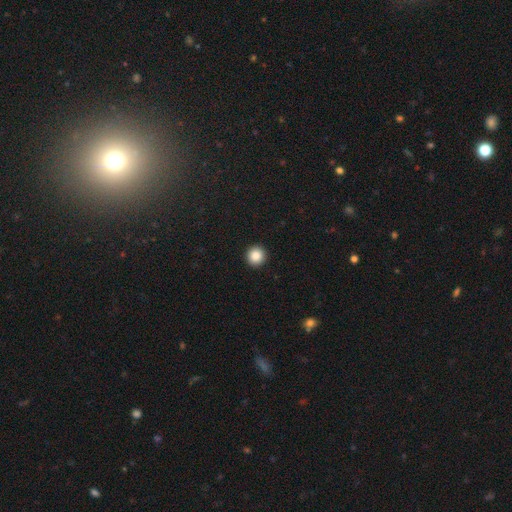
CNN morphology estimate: type=smooth (87%); roundness=round (96%); merging=none (94%).